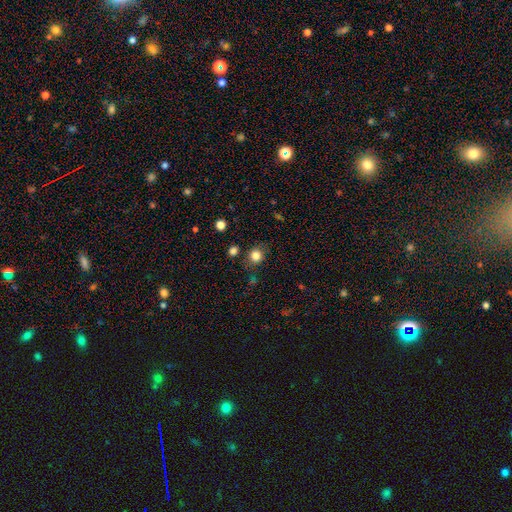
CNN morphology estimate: Q: Smooth or featured?
A: smooth (82%); runner-up: star or artifact (12%)
Q: How rounded?
A: round (81%); runner-up: in between (18%)
Q: Merging?
A: none (78%); runner-up: minor disturbance (14%)